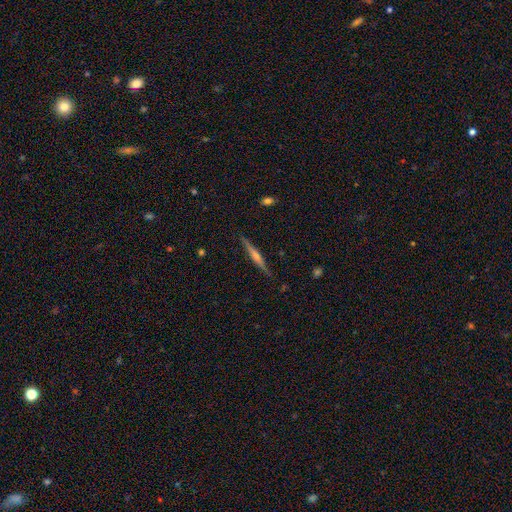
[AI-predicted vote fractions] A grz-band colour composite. It shows a featured or disk galaxy (70%) viewed edge-on (98%) with a rounded central bulge (67%). Merging: none (89%).